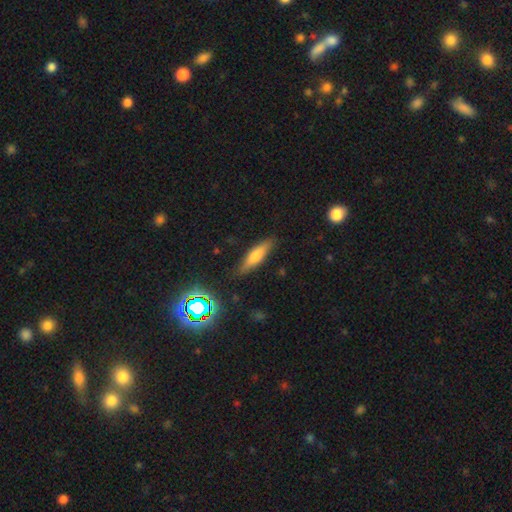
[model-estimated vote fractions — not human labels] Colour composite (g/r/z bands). It shows a smooth galaxy with no disk features (64%) that is cigar-shaped (65%). Merging: none (84%).